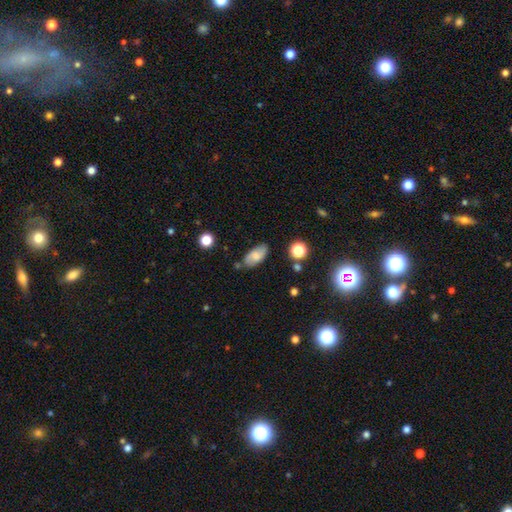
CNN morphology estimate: type=smooth (70%); roundness=in between (91%); merging=none (77%).